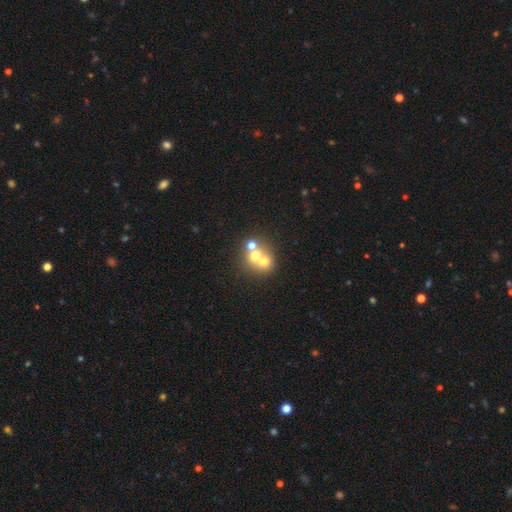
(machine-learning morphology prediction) Smooth or featured? smooth (58%)
How rounded? round (79%)
Merging? merger (58%)